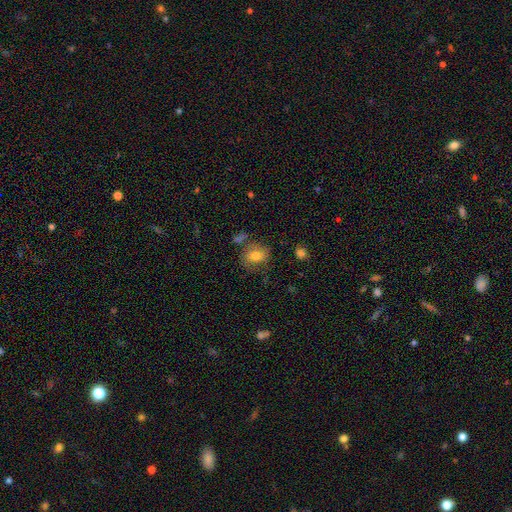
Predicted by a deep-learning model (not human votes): This appears to be a smooth galaxy with no disk features (68%) that is round (52%). Merging: none (62%).